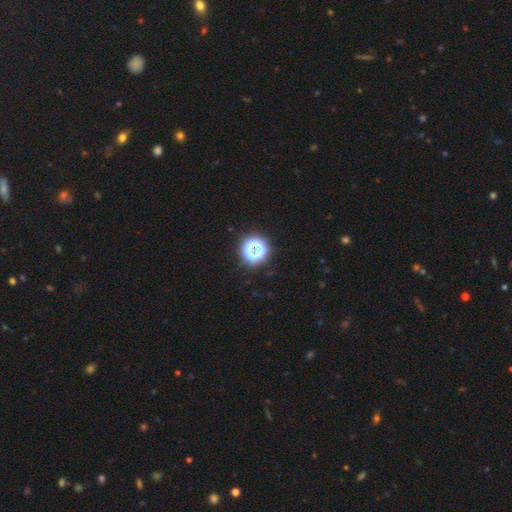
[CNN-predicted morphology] Q: Smooth or featured?
A: star or artifact (56%); runner-up: smooth (35%)